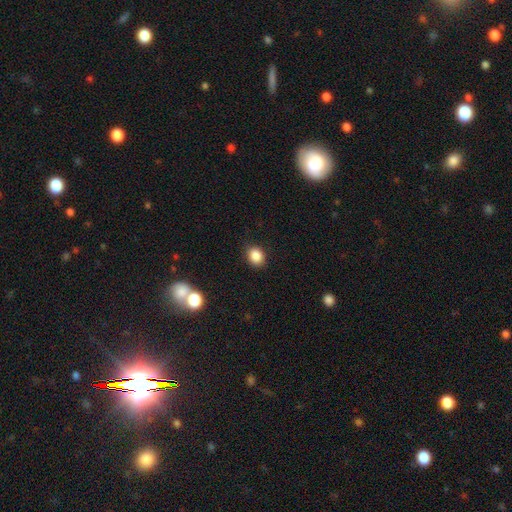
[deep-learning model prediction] smooth 86%, star or artifact 10%, featured or disk 4%. Down the decision tree: how rounded — round (55%); merging — none (87%).